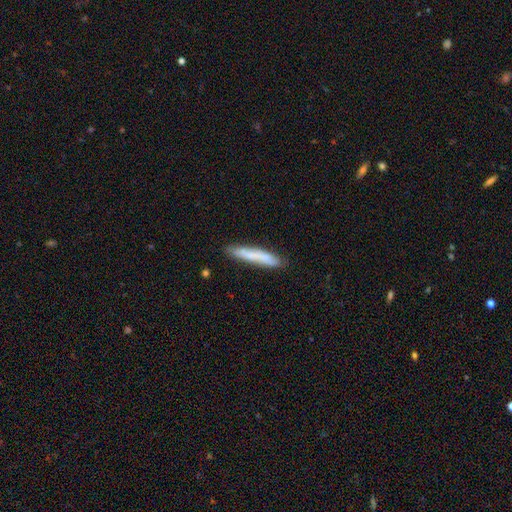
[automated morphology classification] This appears to be a smooth galaxy with no disk features (68%) that is cigar-shaped (93%). Merging: none (81%).